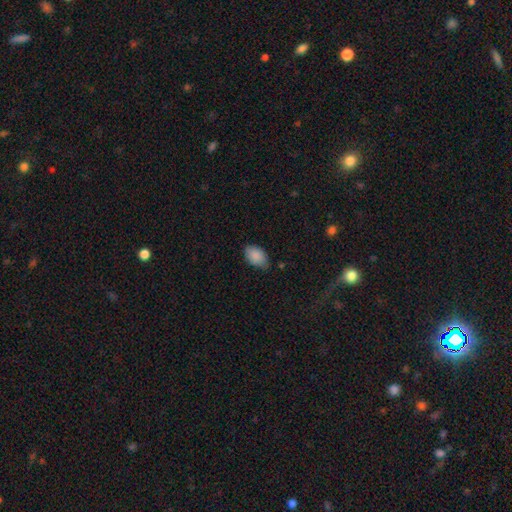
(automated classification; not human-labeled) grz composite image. It shows a smooth galaxy with no disk features (89%) that is in between round and cigar-shaped (91%). Merging: none (71%).